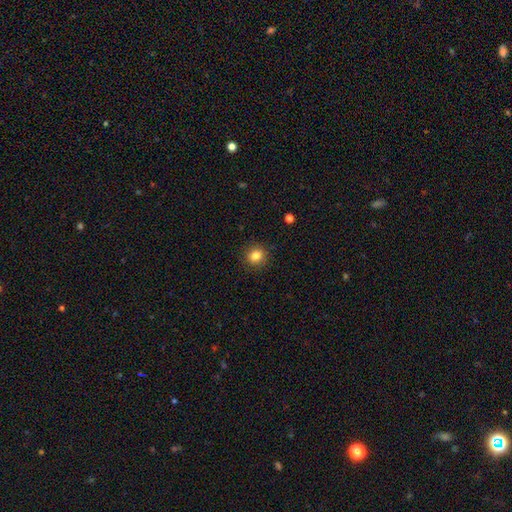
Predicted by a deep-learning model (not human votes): This is clearly a smooth galaxy (84%). How rounded: clearly round (85%). Merging: clearly none (90%).